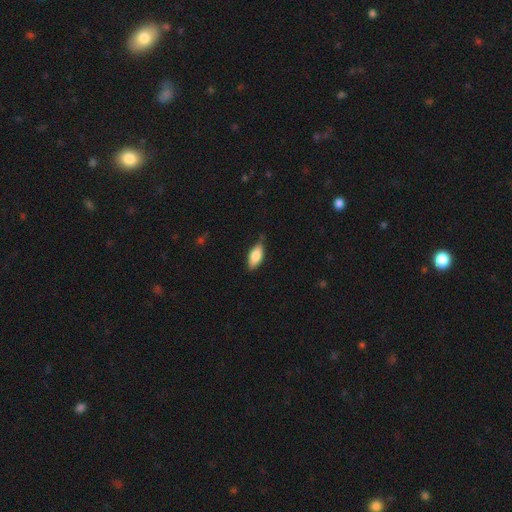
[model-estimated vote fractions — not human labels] Smooth or featured: smooth — 77% (featured or disk — 16%)
How rounded: in between — 84% (cigar-shaped — 13%)
Merging: none — 72% (minor disturbance — 23%)